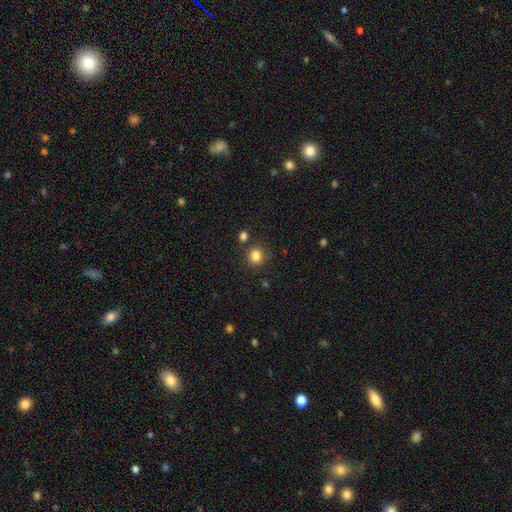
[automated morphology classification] Smooth or featured? smooth (84%)
How rounded? round (85%)
Merging? none (81%)